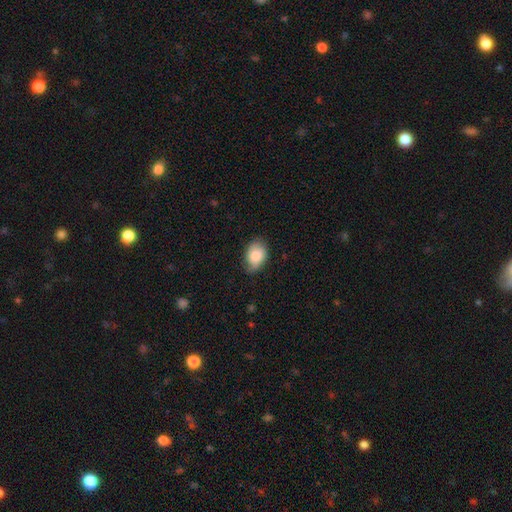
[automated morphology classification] Smooth or featured? Predicted: smooth (p=0.80). How rounded? Predicted: in between (p=0.81). Merging? Predicted: none (p=0.70).